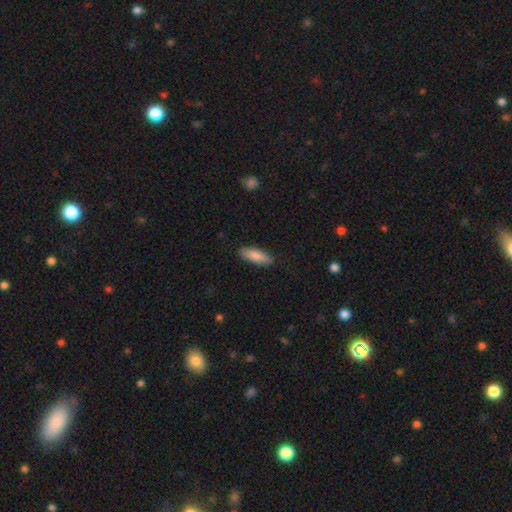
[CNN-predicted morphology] smooth-or-featured: smooth: 85% | featured or disk: 9% | star or artifact: 5%
  how-rounded: in between: 57% | cigar-shaped: 42% | round: 2%
  merging: none: 87% | minor disturbance: 10% | major disturbance: 2% | merger: 1%